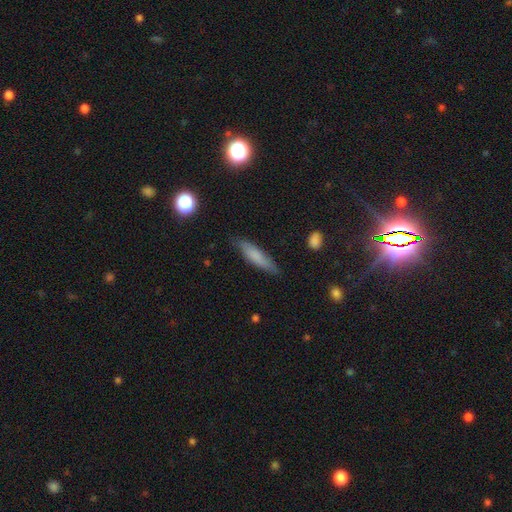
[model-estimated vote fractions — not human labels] The model was most divided on "smooth or featured": smooth: 71%, featured or disk: 22%, star or artifact: 7%. More confident: merging — none (82%); how rounded — cigar-shaped (78%).